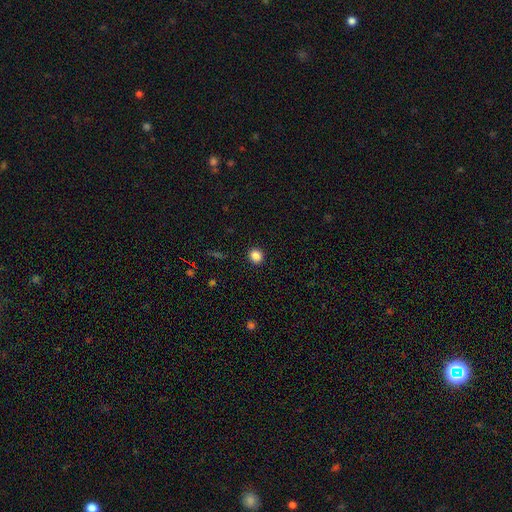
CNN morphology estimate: Q: Smooth or featured?
A: smooth (86%); runner-up: star or artifact (11%)
Q: How rounded?
A: round (86%); runner-up: in between (13%)
Q: Merging?
A: none (92%); runner-up: minor disturbance (5%)